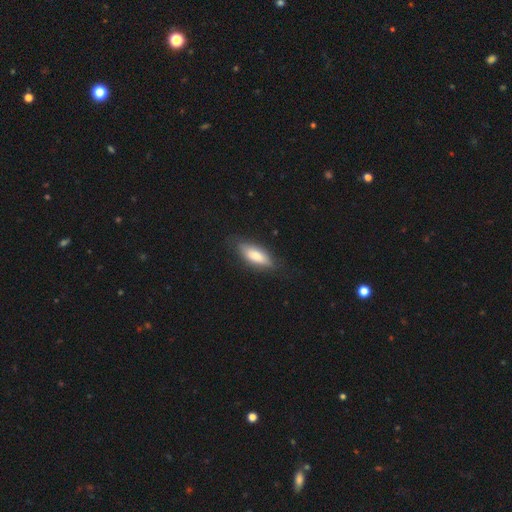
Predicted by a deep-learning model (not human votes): smooth_or_featured: smooth (p=0.75) [alt: featured or disk p=0.19]
how_rounded: in between (p=0.68) [alt: cigar-shaped p=0.30]
merging: none (p=0.79) [alt: minor disturbance p=0.16]